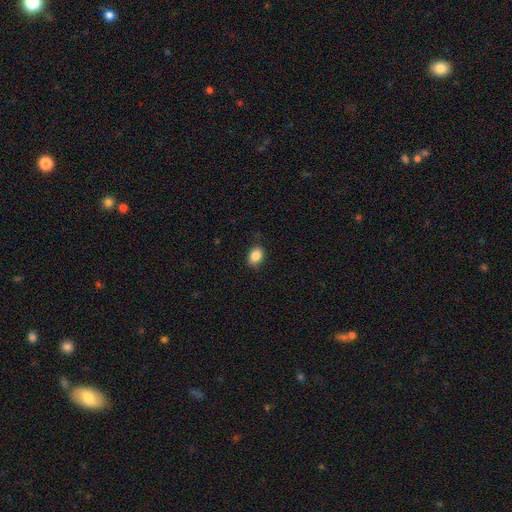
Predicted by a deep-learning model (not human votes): Morphology: type=smooth (86%); roundness=in between (71%); merging=none (84%).